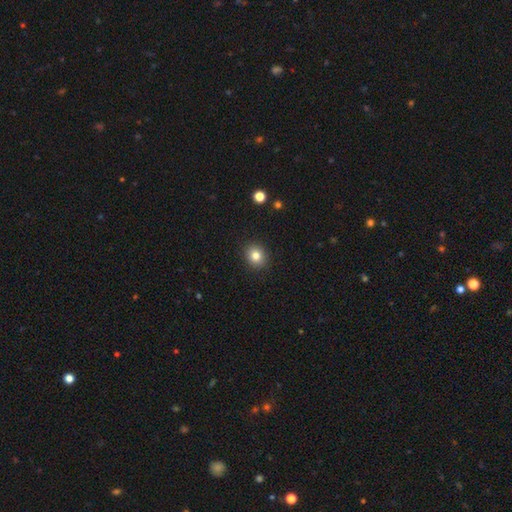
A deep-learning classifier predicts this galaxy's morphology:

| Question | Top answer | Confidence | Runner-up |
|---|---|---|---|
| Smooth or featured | smooth | 82% | star or artifact (11%) |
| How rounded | round | 77% | in between (23%) |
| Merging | none | 91% | minor disturbance (6%) |